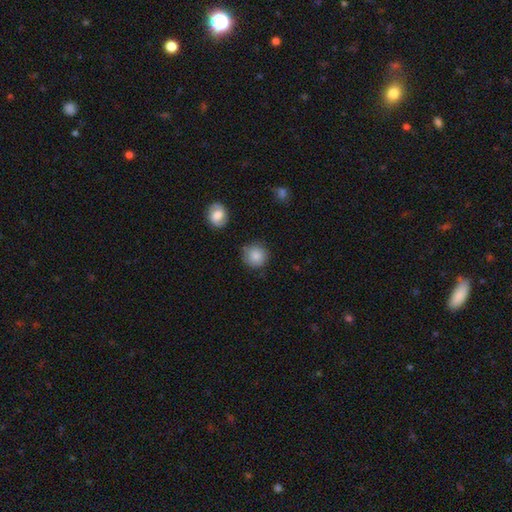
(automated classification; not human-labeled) smooth-or-featured: smooth: 85% | star or artifact: 8% | featured or disk: 7%
  how-rounded: round: 93% | in between: 6% | cigar-shaped: 1%
  merging: none: 83% | minor disturbance: 11% | merger: 3% | major disturbance: 3%